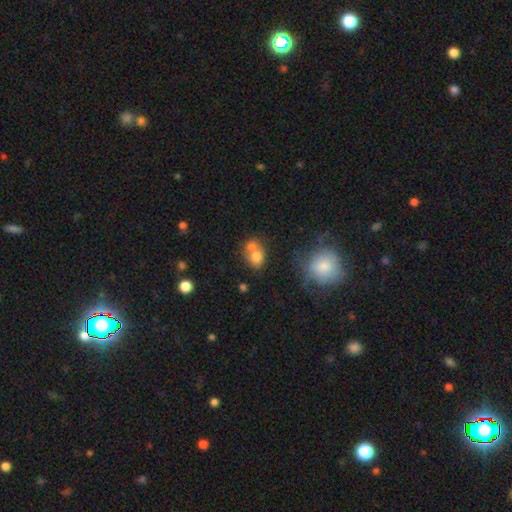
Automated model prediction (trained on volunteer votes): Morphology: type=smooth (74%); roundness=round (53%); merging=merger (52%).